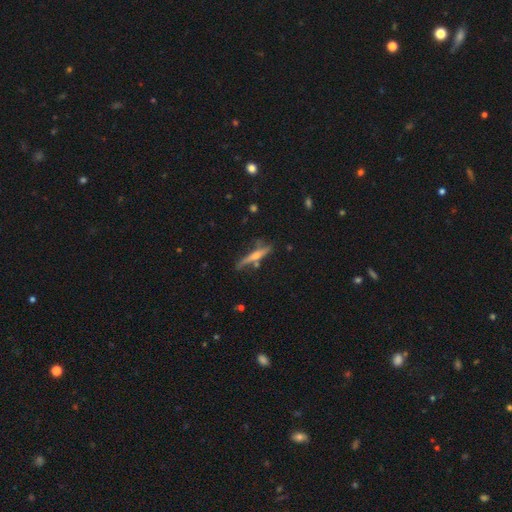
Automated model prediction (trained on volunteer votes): smooth-or-featured: featured or disk: 59% | smooth: 34% | star or artifact: 7%
  disk-edge-on: yes: 93% | no: 7%
    edge-on-bulge: rounded: 76% | none: 16% | boxy: 7%
  merging: none: 67% | minor disturbance: 20% | merger: 8% | major disturbance: 5%